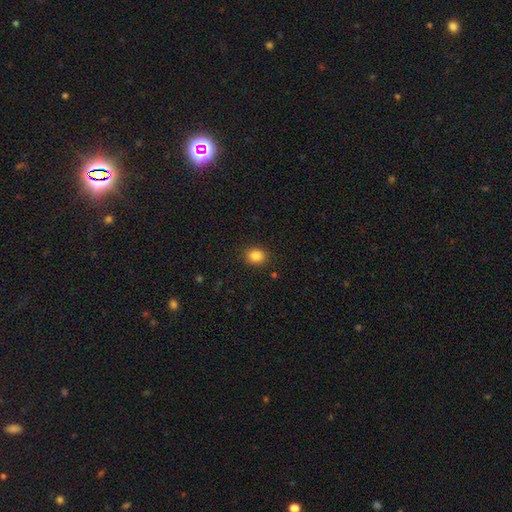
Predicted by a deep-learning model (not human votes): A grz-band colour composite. It shows a smooth galaxy with no disk features (85%) that is round (61%). Merging: none (89%).